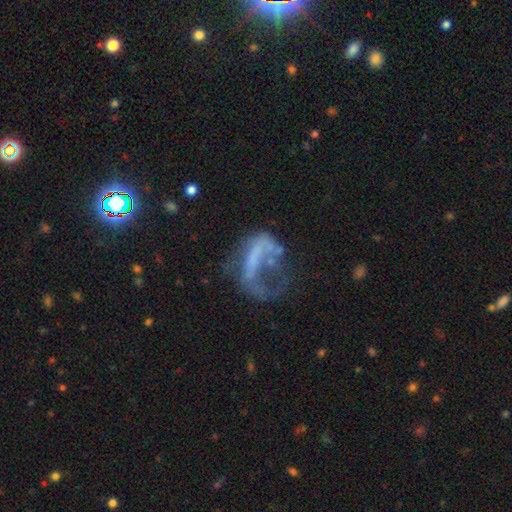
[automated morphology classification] A featured or disk galaxy (57%) with no bar (70%), no spiral arms (77%) and no central bulge (73%). Merging: major disturbance (56%).